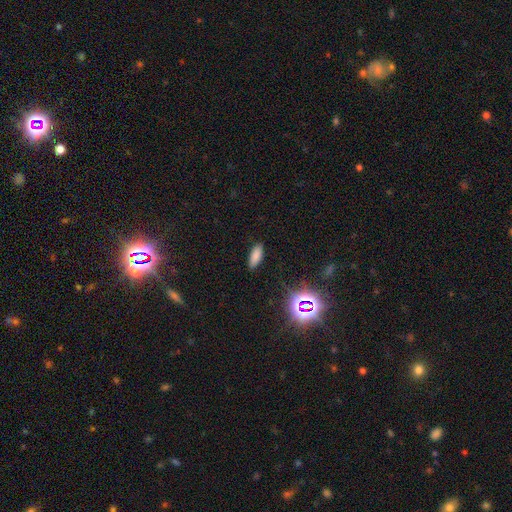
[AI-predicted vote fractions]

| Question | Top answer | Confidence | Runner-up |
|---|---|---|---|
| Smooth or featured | smooth | 79% | star or artifact (15%) |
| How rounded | in between | 74% | cigar-shaped (24%) |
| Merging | none | 87% | minor disturbance (9%) |